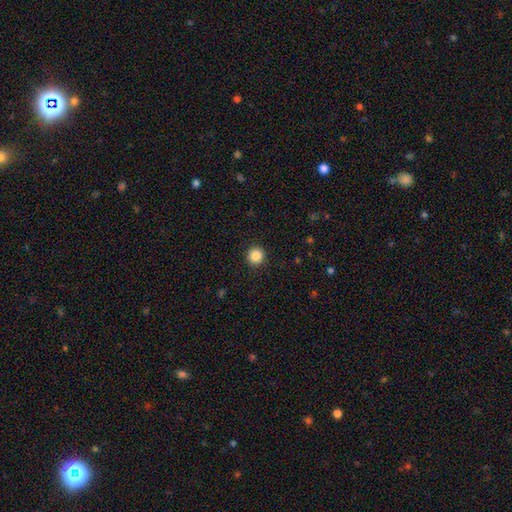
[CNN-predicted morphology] Smooth or featured?
  - smooth: 86% *
  - star or artifact: 10%
  - featured or disk: 3%
How rounded?
  - round: 95% *
  - in between: 4%
  - cigar-shaped: 1%
Merging?
  - none: 92% *
  - minor disturbance: 5%
  - major disturbance: 2%
  - merger: 1%